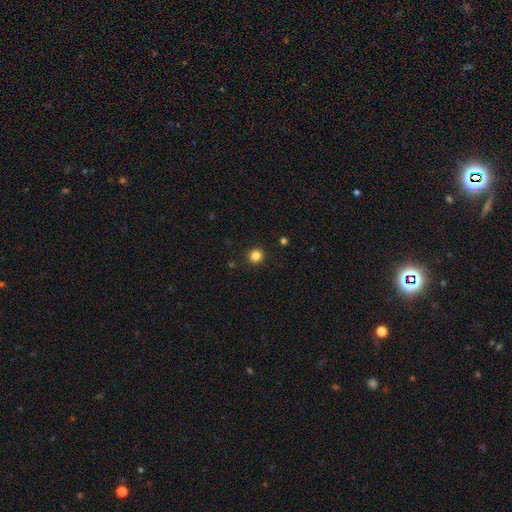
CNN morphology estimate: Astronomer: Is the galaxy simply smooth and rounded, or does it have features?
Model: smooth — 83%.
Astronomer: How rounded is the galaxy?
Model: round — 94%.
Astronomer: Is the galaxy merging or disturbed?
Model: none — 93%.